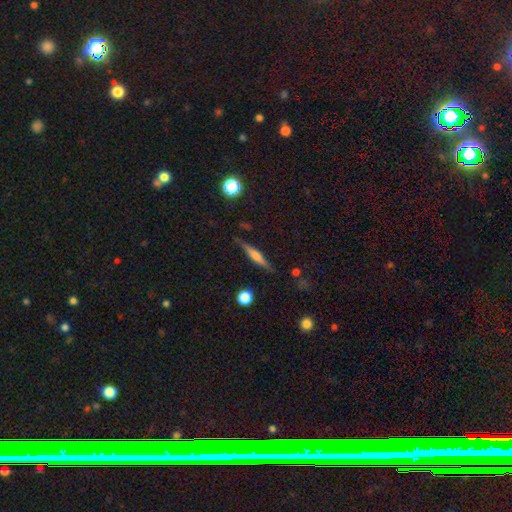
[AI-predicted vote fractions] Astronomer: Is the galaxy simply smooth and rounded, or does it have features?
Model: featured or disk — 62%.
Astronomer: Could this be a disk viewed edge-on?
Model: yes — 97%.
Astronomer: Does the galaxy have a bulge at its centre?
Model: rounded — 68%.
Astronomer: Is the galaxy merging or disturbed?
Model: none — 85%.